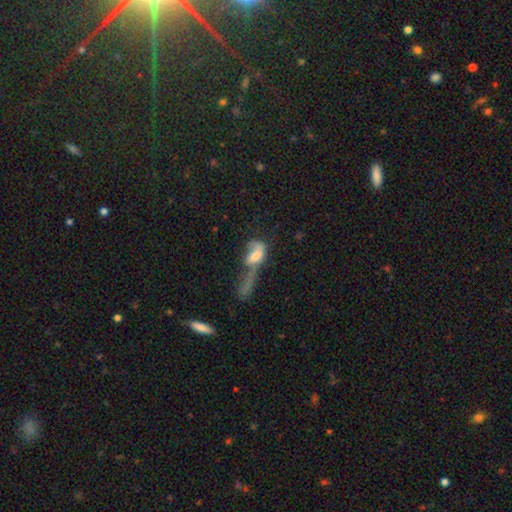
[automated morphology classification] Q: Smooth or featured?
A: smooth (55%); runner-up: featured or disk (35%)
Q: How rounded?
A: in between (78%); runner-up: round (12%)
Q: Merging?
A: major disturbance (49%); runner-up: merger (27%)